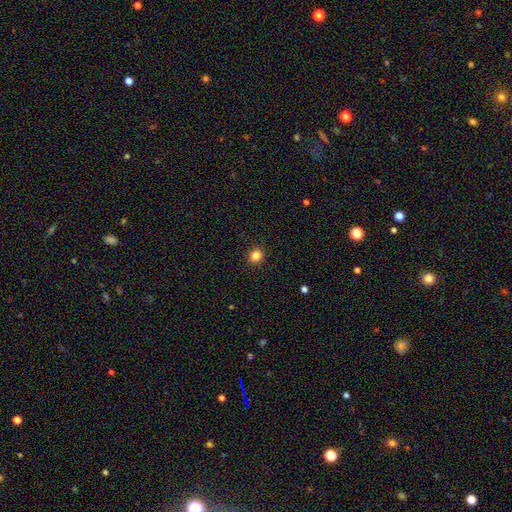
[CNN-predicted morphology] Smooth or featured? Predicted: smooth (p=0.83). How rounded? Predicted: round (p=0.86). Merging? Predicted: none (p=0.92).